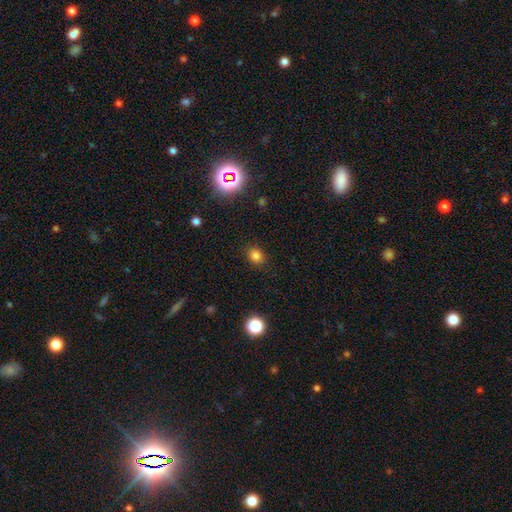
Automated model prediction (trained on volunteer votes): smooth-or-featured: smooth: 80% | star or artifact: 16% | featured or disk: 5%
  how-rounded: round: 64% | in between: 35% | cigar-shaped: 1%
  merging: none: 87% | minor disturbance: 9% | major disturbance: 3% | merger: 1%